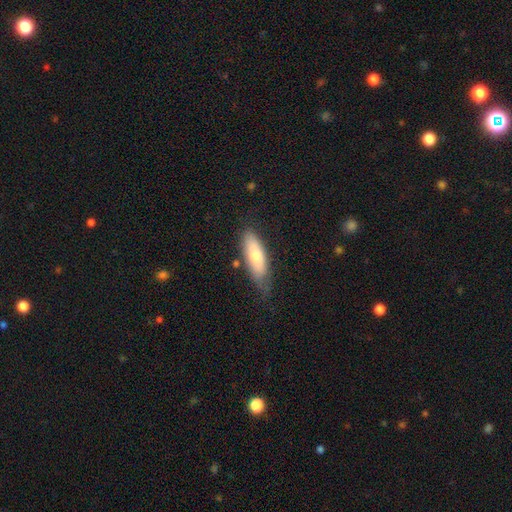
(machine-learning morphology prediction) This is likely a smooth galaxy (70%). How rounded: likely in between (61%). Merging: likely none (62%).